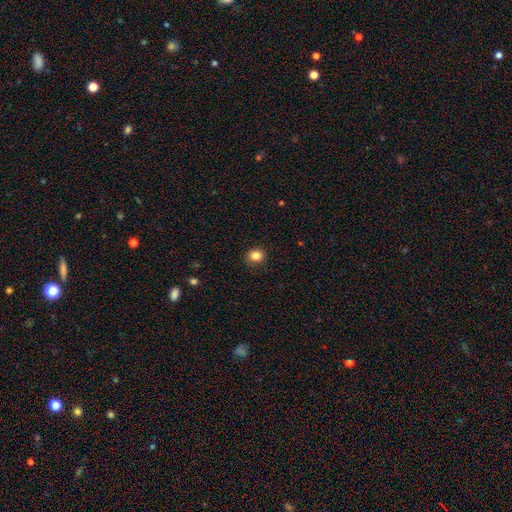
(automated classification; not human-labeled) Smooth or featured? smooth (85%)
How rounded? round (75%)
Merging? none (89%)